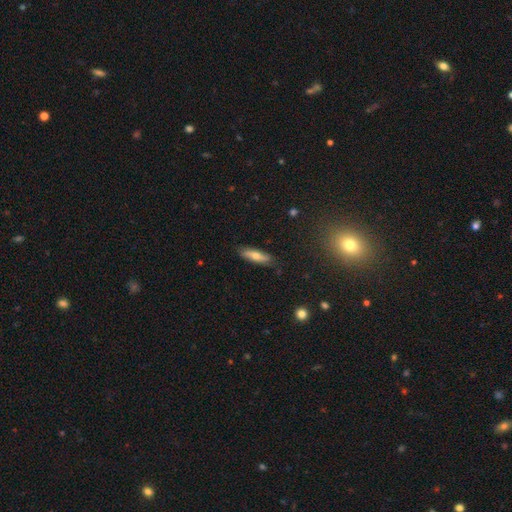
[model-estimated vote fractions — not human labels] Smooth or featured? smooth (62%)
How rounded? cigar-shaped (63%)
Merging? none (83%)